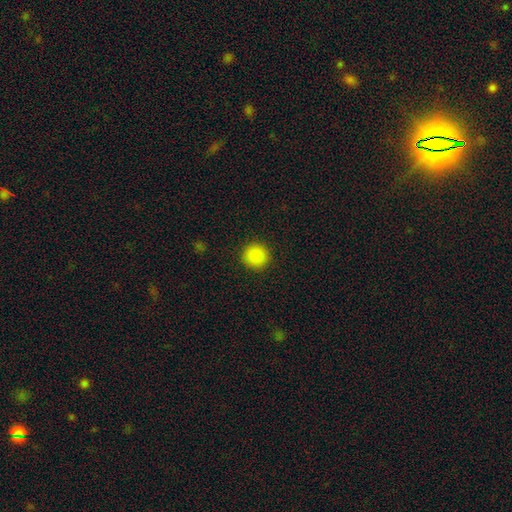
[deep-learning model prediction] This appears to be a smooth galaxy with no disk features (88%) that is round (94%). Merging: none (92%).